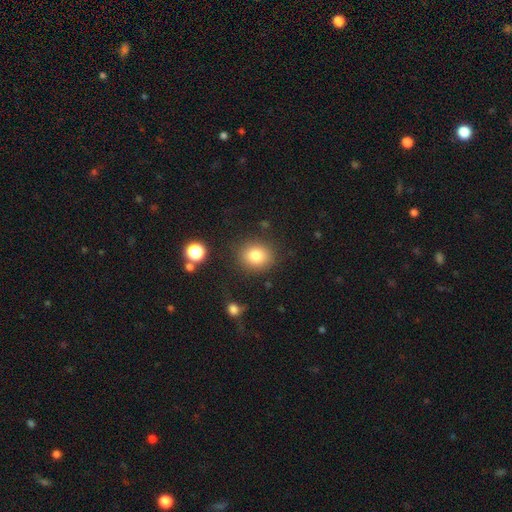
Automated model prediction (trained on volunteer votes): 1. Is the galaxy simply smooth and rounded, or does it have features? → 81% smooth, 11% star or artifact, 8% featured or disk.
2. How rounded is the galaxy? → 73% round, 26% in between, 1% cigar-shaped.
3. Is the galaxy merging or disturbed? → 85% none, 9% minor disturbance, 3% major disturbance, 2% merger.